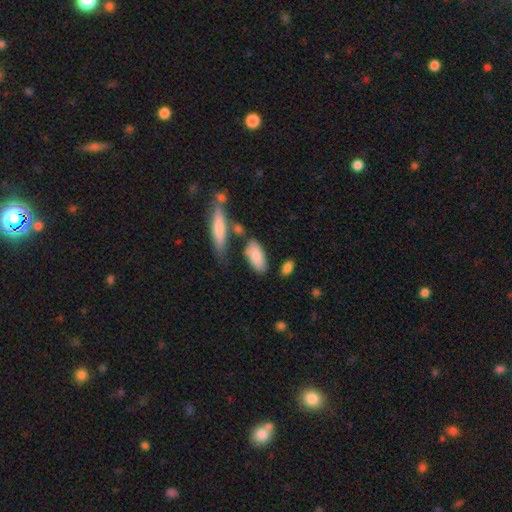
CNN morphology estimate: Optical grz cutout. It shows a smooth galaxy with no disk features (83%) that is in between round and cigar-shaped (86%). Merging: none (67%).